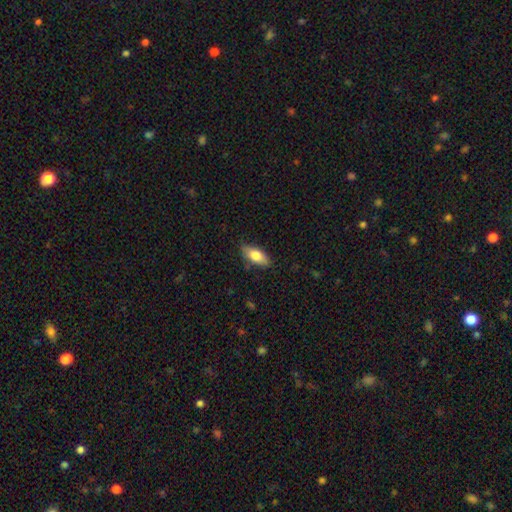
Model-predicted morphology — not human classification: This is likely a smooth galaxy (77%). How rounded: clearly in between (82%). Merging: clearly none (82%).